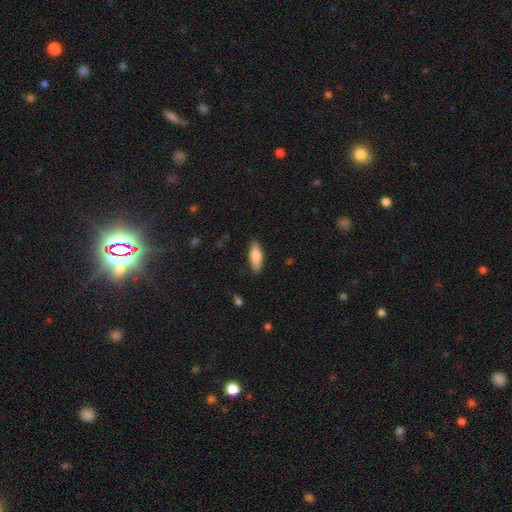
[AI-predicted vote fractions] A smooth galaxy with no disk features (80%) that is in between round and cigar-shaped (66%).

Vote fractions:
- Smooth or featured? smooth: 80% / featured or disk: 15% / star or artifact: 6%
- How rounded? in between: 66% / cigar-shaped: 32% / round: 2%
- Merging? none: 87% / minor disturbance: 10% / major disturbance: 2% / merger: 1%